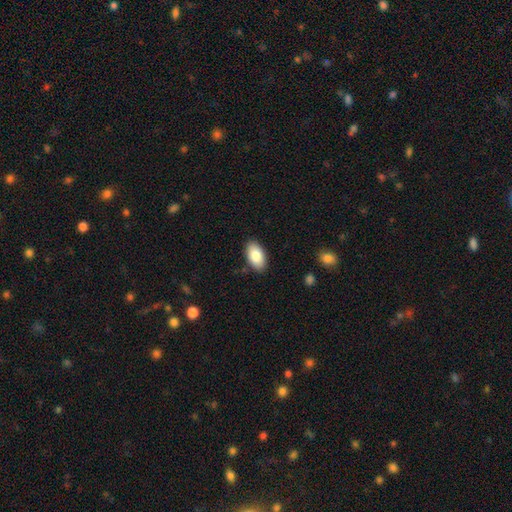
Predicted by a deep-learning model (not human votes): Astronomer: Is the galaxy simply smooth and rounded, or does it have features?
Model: smooth — 85%.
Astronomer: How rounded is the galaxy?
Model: in between — 95%.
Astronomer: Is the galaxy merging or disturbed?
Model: none — 87%.